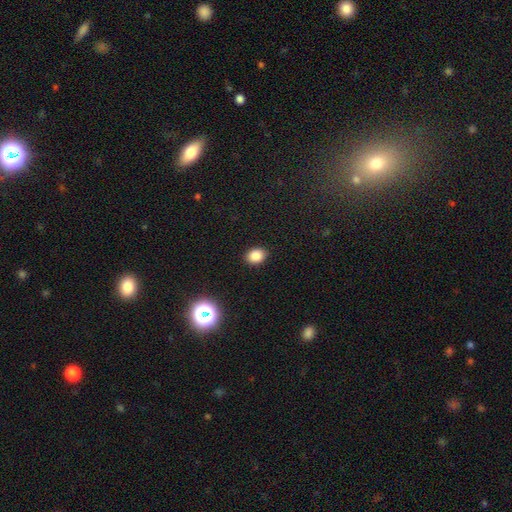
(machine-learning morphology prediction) Q: Smooth or featured?
A: smooth (85%); runner-up: star or artifact (11%)
Q: How rounded?
A: in between (51%); runner-up: round (48%)
Q: Merging?
A: none (90%); runner-up: minor disturbance (7%)